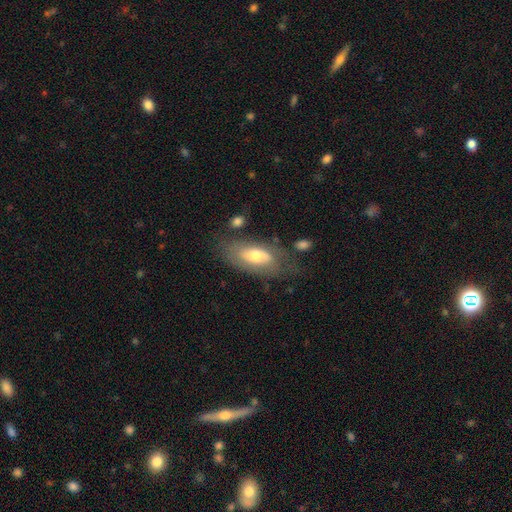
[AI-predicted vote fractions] smooth-or-featured: smooth: 51% | featured or disk: 42% | star or artifact: 7%
  how-rounded: in between: 85% | cigar-shaped: 12% | round: 4%
  merging: none: 59% | minor disturbance: 23% | major disturbance: 12% | merger: 5%